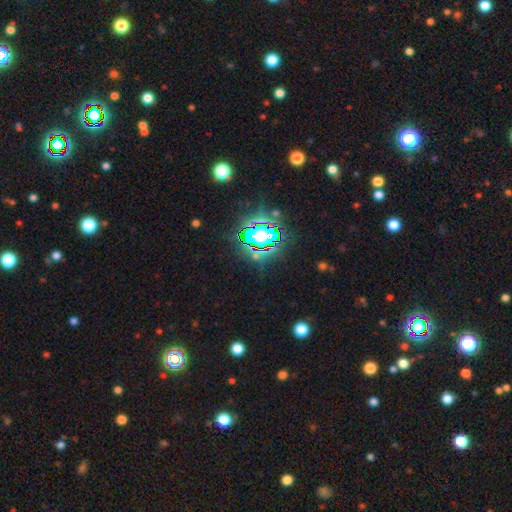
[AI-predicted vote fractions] smooth_or_featured: star or artifact (p=0.75) [alt: smooth p=0.15]